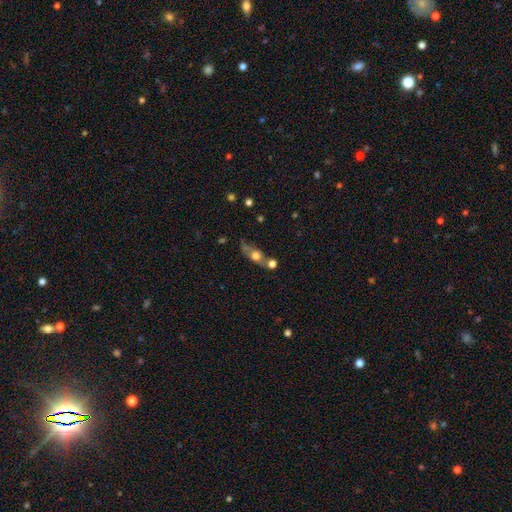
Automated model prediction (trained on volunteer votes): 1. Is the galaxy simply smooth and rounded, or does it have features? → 54% smooth, 35% featured or disk, 11% star or artifact.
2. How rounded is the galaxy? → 49% in between, 27% round, 23% cigar-shaped.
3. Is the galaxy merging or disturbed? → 45% none, 29% merger, 16% minor disturbance, 9% major disturbance.